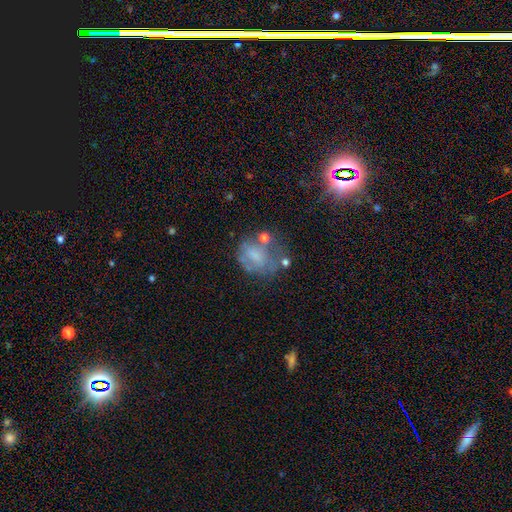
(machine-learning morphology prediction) Overall: smooth (47%; featured or disk 40%). Merging: none (38%; major disturbance 26%).